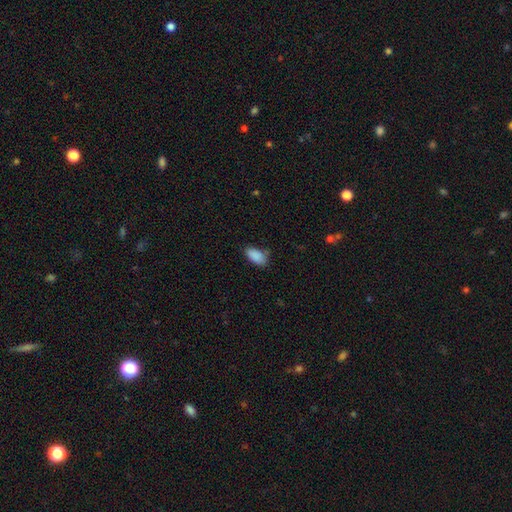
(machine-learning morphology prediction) Q: Smooth or featured?
A: smooth (89%); runner-up: star or artifact (7%)
Q: How rounded?
A: in between (93%); runner-up: cigar-shaped (4%)
Q: Merging?
A: none (73%); runner-up: minor disturbance (20%)